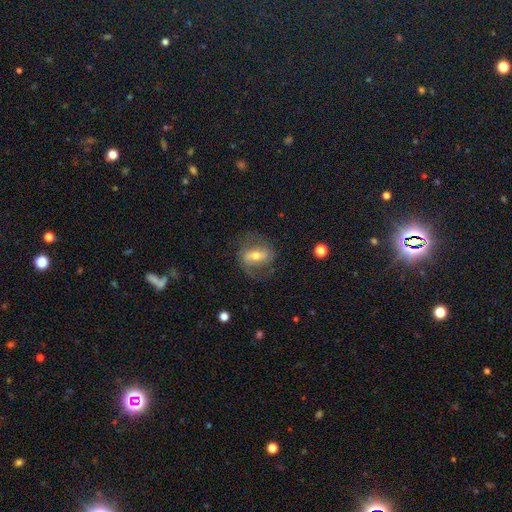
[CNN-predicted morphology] smooth-or-featured: featured or disk: 71% | smooth: 21% | star or artifact: 7%
  disk-edge-on: no: 94% | yes: 6%
    bar: strong: 40% (tied) | weak: 40% (tied) | no: 19%
    has-spiral-arms: yes: 85% | no: 15%
      spiral-winding: medium: 47% | loose: 30% | tight: 23%
      spiral-arm-count: 2: 79% | can't tell: 10% | 1: 7% | 3: 2% | 4: 1% | more than 4: 1%
    bulge-size: moderate: 62% | small: 30% | large: 6% | none: 2% | dominant: 1%
  merging: none: 65% | minor disturbance: 18% | major disturbance: 15% | merger: 1%